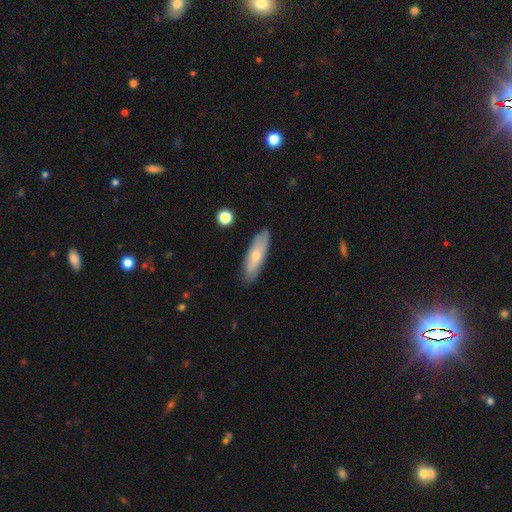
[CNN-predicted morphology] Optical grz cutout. It shows a smooth galaxy with no disk features (56%) that is cigar-shaped (53%). Merging: none (87%).